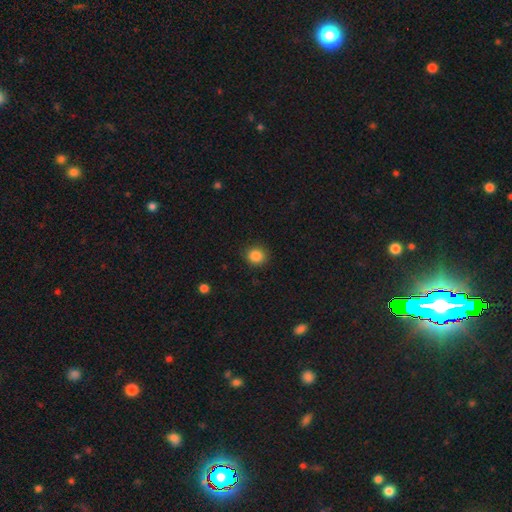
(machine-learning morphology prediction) Q: Smooth or featured?
A: smooth (86%); runner-up: star or artifact (10%)
Q: How rounded?
A: round (85%); runner-up: in between (14%)
Q: Merging?
A: none (89%); runner-up: minor disturbance (8%)